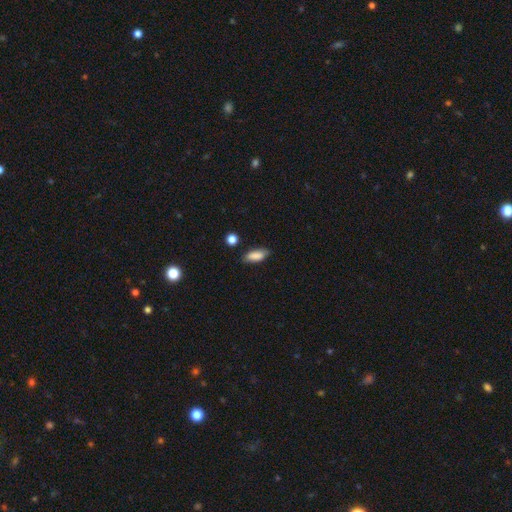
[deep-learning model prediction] smooth_or_featured: smooth (p=0.85) [alt: star or artifact p=0.08]
how_rounded: in between (p=0.77) [alt: cigar-shaped p=0.20]
merging: none (p=0.78) [alt: minor disturbance p=0.16]